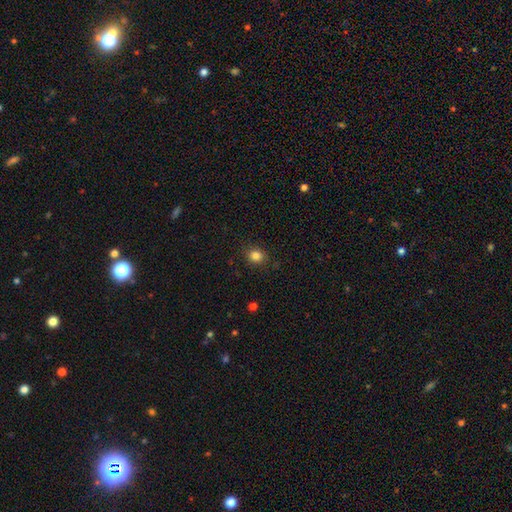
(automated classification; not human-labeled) This appears to be a smooth galaxy with no disk features (84%) that is round (74%). Merging: none (87%).